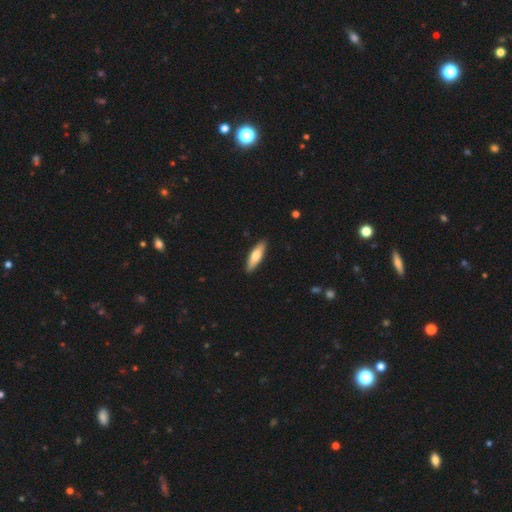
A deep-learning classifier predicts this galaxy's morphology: smooth-or-featured: smooth: 68% | featured or disk: 27% | star or artifact: 5%
  how-rounded: cigar-shaped: 60% | in between: 38% | round: 2%
  merging: none: 90% | minor disturbance: 8% | major disturbance: 2% | merger: 1%